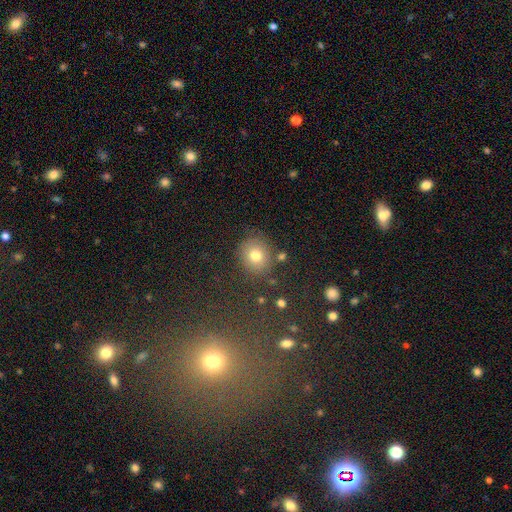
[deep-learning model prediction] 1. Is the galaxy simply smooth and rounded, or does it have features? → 77% smooth, 14% star or artifact, 9% featured or disk.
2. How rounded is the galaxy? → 81% round, 18% in between, 1% cigar-shaped.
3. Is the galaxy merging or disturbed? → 79% none, 11% minor disturbance, 5% merger, 4% major disturbance.